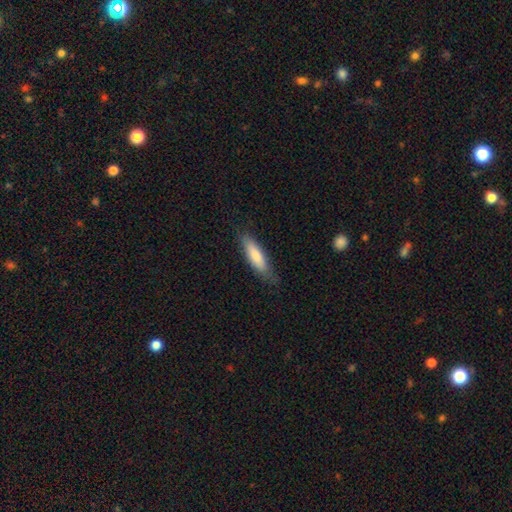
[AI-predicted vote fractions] A smooth galaxy with no disk features (77%) that is cigar-shaped (60%).

Vote fractions:
- Smooth or featured? smooth: 77% / featured or disk: 17% / star or artifact: 5%
- How rounded? cigar-shaped: 60% / in between: 39% / round: 1%
- Merging? none: 77% / minor disturbance: 18% / major disturbance: 4% / merger: 1%